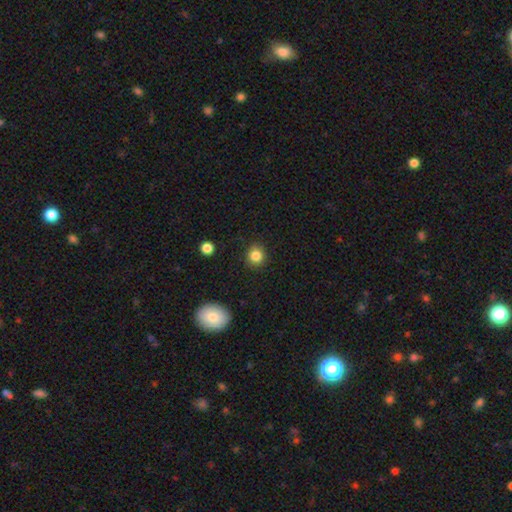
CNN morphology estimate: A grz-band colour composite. It shows a smooth galaxy with no disk features (84%) that is round (88%). Merging: none (89%).